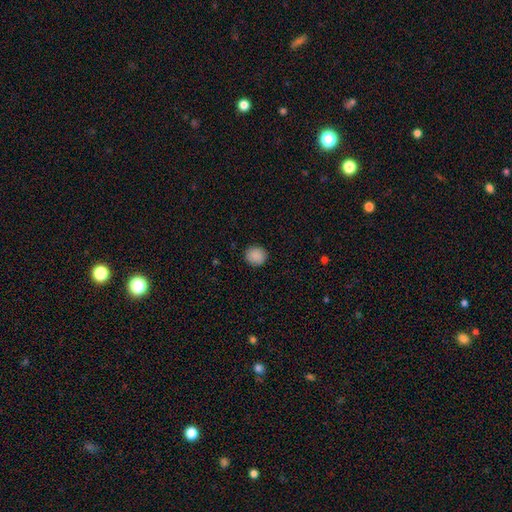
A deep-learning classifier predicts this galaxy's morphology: Q: Smooth or featured?
A: smooth (89%); runner-up: star or artifact (9%)
Q: How rounded?
A: round (87%); runner-up: in between (12%)
Q: Merging?
A: none (90%); runner-up: minor disturbance (7%)